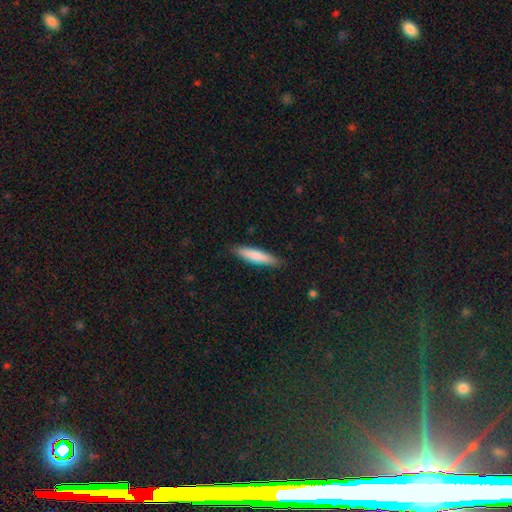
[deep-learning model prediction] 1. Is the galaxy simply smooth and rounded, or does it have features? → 78% smooth, 16% featured or disk, 5% star or artifact.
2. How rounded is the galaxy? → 83% cigar-shaped, 15% in between, 1% round.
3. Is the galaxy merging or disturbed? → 88% none, 9% minor disturbance, 2% major disturbance, 1% merger.